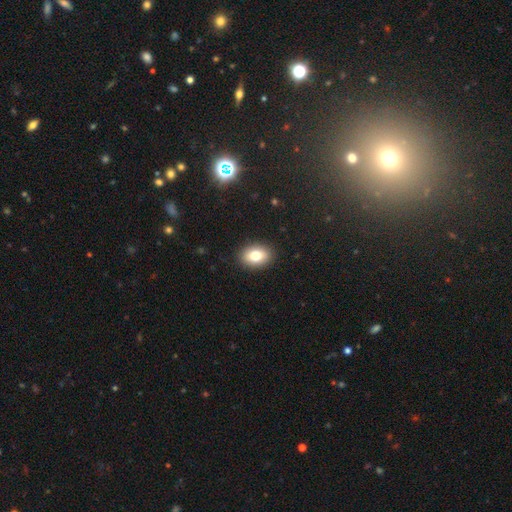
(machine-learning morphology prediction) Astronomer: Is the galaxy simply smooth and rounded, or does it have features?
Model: smooth — 80%.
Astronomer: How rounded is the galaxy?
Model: in between — 80%.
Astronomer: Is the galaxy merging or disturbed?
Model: none — 90%.